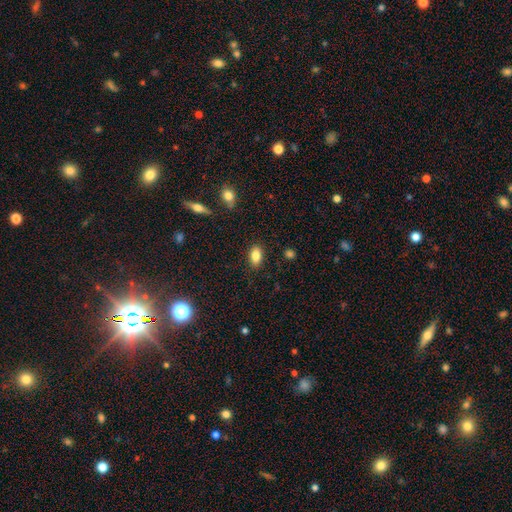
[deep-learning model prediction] Smooth or featured? smooth (85%)
How rounded? in between (88%)
Merging? none (87%)